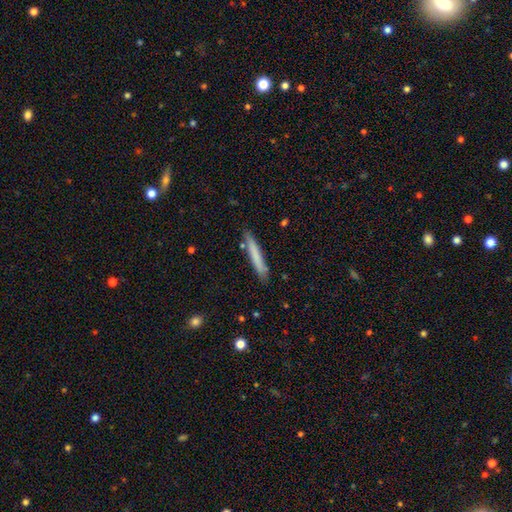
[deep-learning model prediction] This is likely a smooth galaxy (73%). How rounded: clearly cigar-shaped (95%). Merging: clearly none (85%).